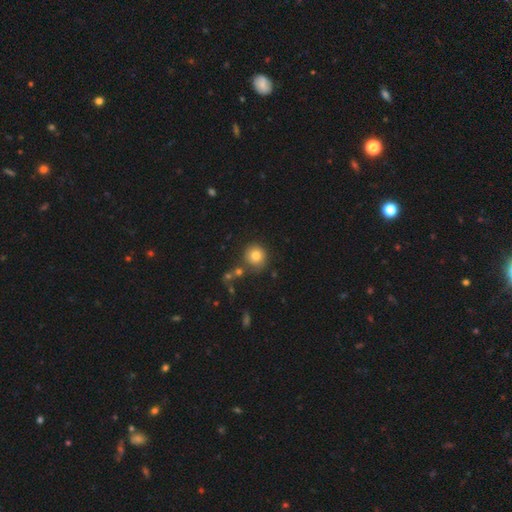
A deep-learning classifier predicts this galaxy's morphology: Q: Smooth or featured?
A: smooth (81%); runner-up: star or artifact (10%)
Q: How rounded?
A: round (91%); runner-up: in between (8%)
Q: Merging?
A: none (76%); runner-up: minor disturbance (11%)